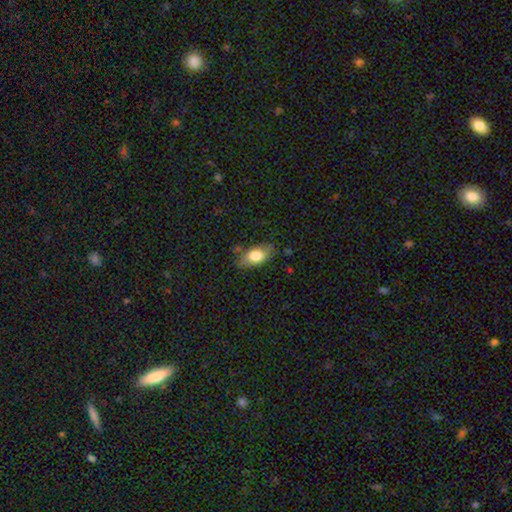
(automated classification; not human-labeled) The model was most divided on "merging": none: 69%, minor disturbance: 23%, major disturbance: 6%, merger: 2%. More confident: how rounded — in between (87%); smooth or featured — smooth (74%).